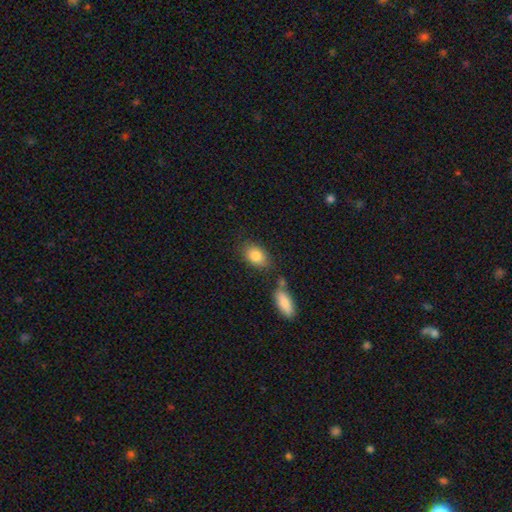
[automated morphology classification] Smooth or featured? smooth (84%)
How rounded? in between (81%)
Merging? none (68%)